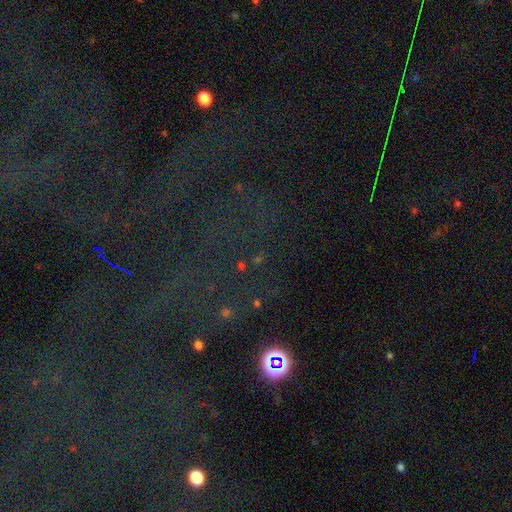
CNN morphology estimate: The model was most divided on "smooth or featured": star or artifact: 77%, smooth: 12%, featured or disk: 10%.